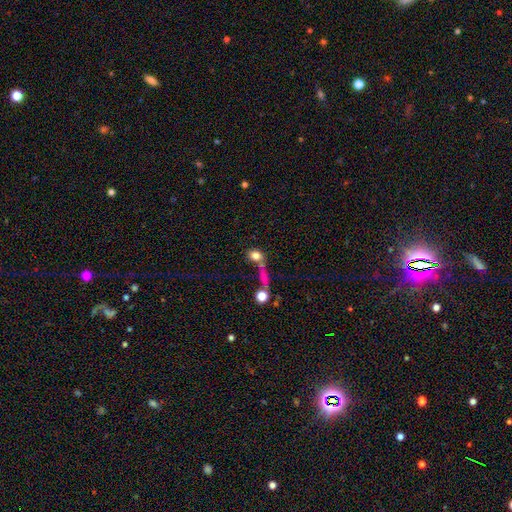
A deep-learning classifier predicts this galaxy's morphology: smooth-or-featured: smooth: 77% | star or artifact: 12% | featured or disk: 11%
  how-rounded: round: 51% | in between: 44% | cigar-shaped: 5%
  merging: none: 43% | merger: 35% | minor disturbance: 12% | major disturbance: 10%